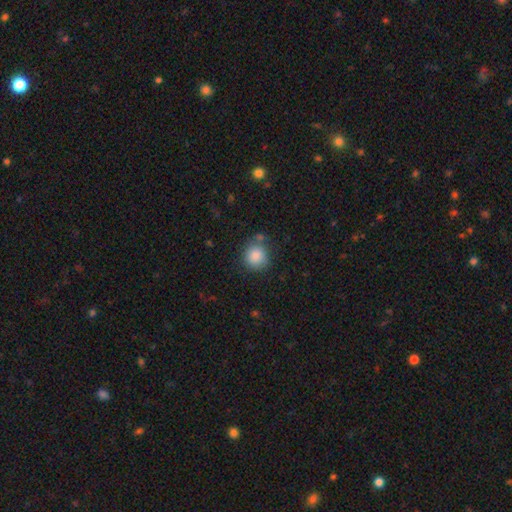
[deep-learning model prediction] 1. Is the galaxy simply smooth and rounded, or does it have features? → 86% smooth, 9% star or artifact, 5% featured or disk.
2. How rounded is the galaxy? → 87% round, 12% in between, 1% cigar-shaped.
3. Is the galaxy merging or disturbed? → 71% none, 16% minor disturbance, 8% merger, 5% major disturbance.